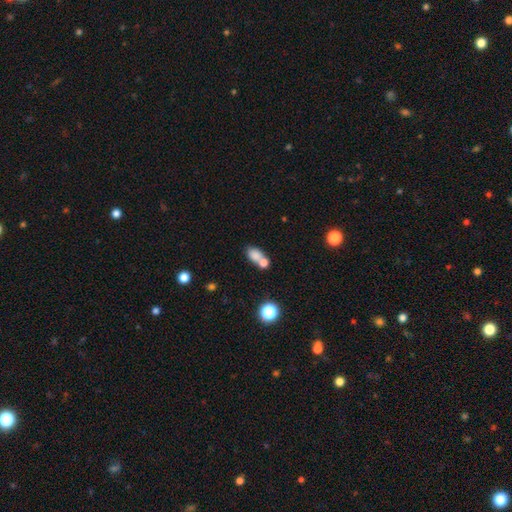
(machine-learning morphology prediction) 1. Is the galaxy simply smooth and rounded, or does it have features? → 78% smooth, 11% star or artifact, 11% featured or disk.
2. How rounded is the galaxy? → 74% in between, 23% round, 3% cigar-shaped.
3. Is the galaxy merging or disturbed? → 46% merger, 39% none, 10% minor disturbance, 5% major disturbance.